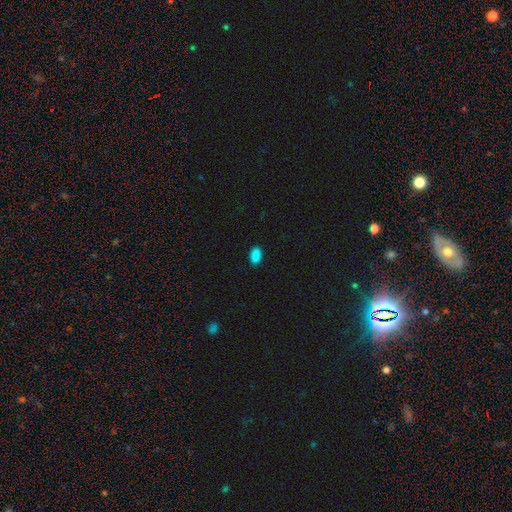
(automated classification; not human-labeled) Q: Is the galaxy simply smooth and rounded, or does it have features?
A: smooth — 87%.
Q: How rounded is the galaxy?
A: in between — 93%.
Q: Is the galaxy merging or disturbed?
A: none — 87%.